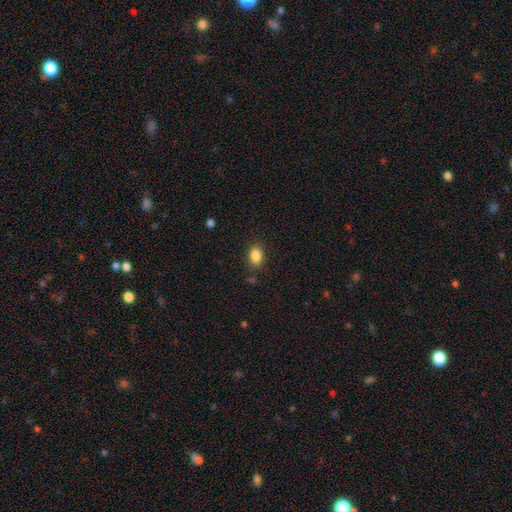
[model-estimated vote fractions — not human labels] Overall: smooth (86%). How rounded: in between (78%). Merging: none (82%).